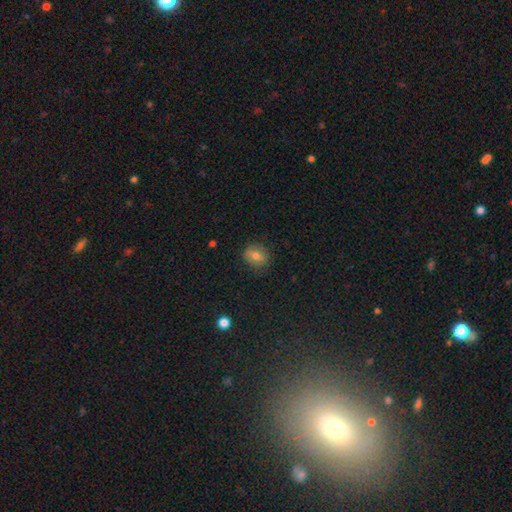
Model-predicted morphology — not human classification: type=smooth (69%); roundness=round (66%); merging=none (82%).